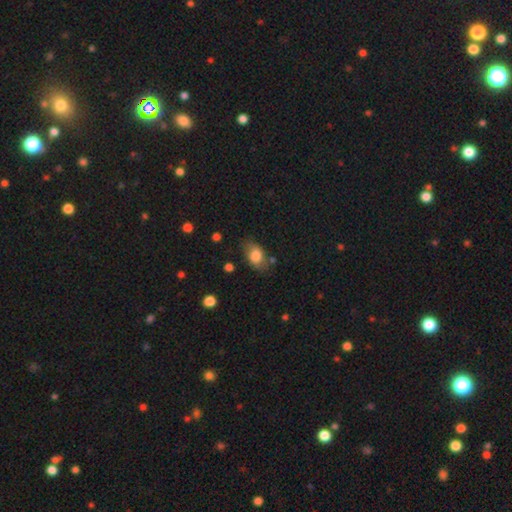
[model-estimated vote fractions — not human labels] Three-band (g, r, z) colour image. It shows a smooth galaxy with no disk features (80%) that is in between round and cigar-shaped (82%). Merging: none (67%).